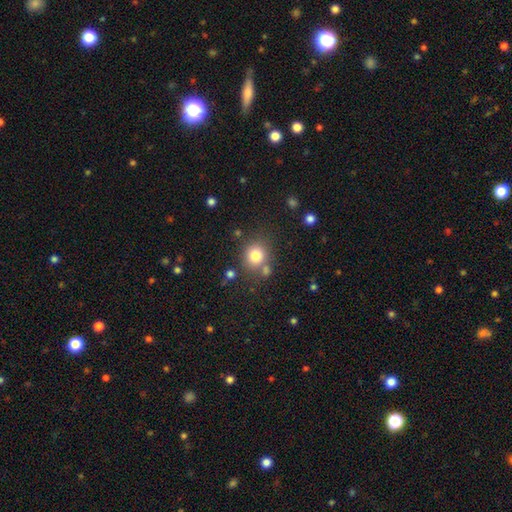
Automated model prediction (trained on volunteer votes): Morphology: type=smooth (80%); roundness=round (82%); merging=none (73%).